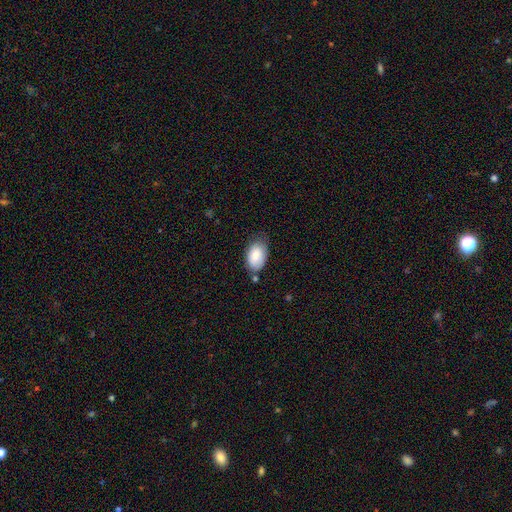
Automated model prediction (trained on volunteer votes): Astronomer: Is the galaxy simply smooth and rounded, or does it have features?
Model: smooth — 82%.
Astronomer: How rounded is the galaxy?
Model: in between — 93%.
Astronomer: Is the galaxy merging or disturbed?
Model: none — 59%.